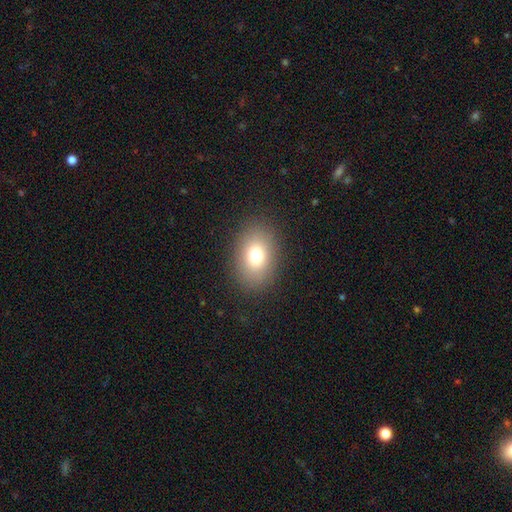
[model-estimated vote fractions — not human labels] The model was most divided on "how rounded": in between: 72%, round: 27%, cigar-shaped: 1%. More confident: merging — none (87%); smooth or featured — smooth (76%).